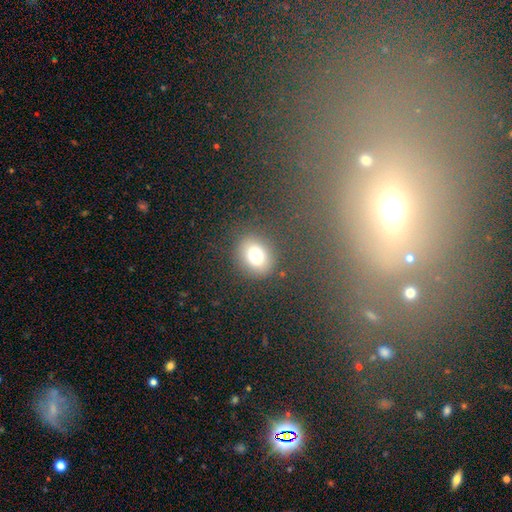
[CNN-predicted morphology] This is likely a smooth galaxy (74%). How rounded: likely round (61%). Merging: clearly none (84%).